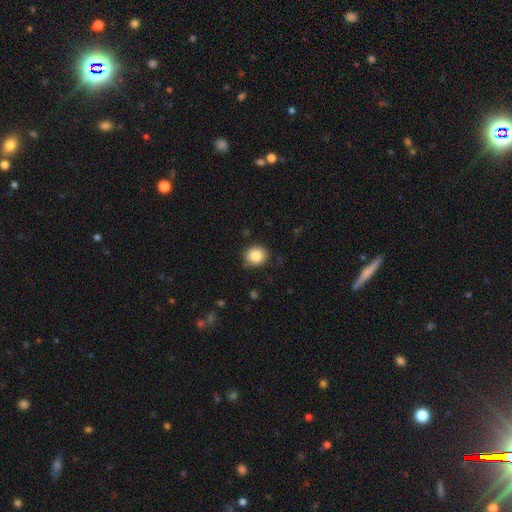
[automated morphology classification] smooth_or_featured: smooth (p=0.85) [alt: star or artifact p=0.09]
how_rounded: round (p=0.82) [alt: in between p=0.17]
merging: none (p=0.86) [alt: minor disturbance p=0.11]